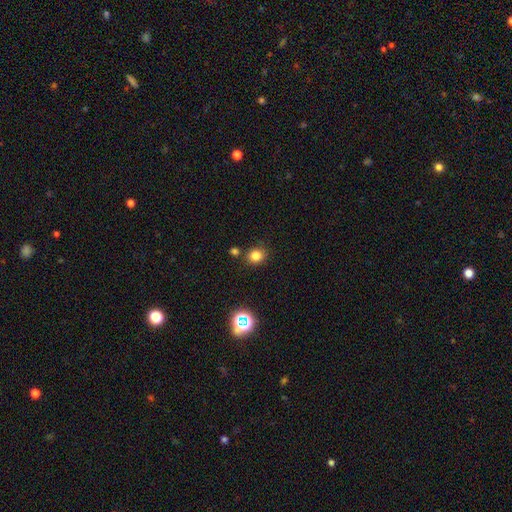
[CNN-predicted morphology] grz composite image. It shows a smooth galaxy with no disk features (79%) that is round (73%). Merging: none (79%).